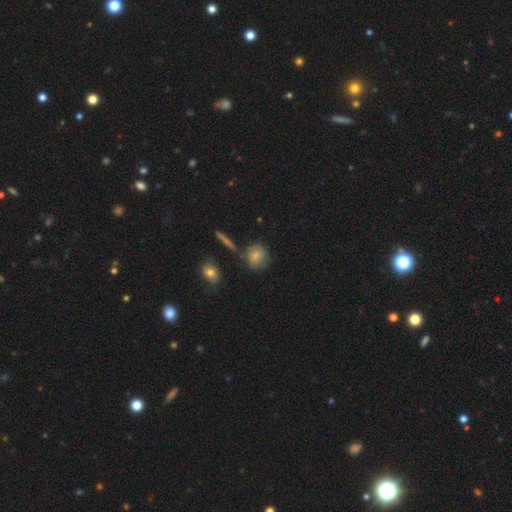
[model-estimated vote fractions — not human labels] Overall: smooth (74%). How rounded: round (77%). Merging: none (61%; minor disturbance 22%).